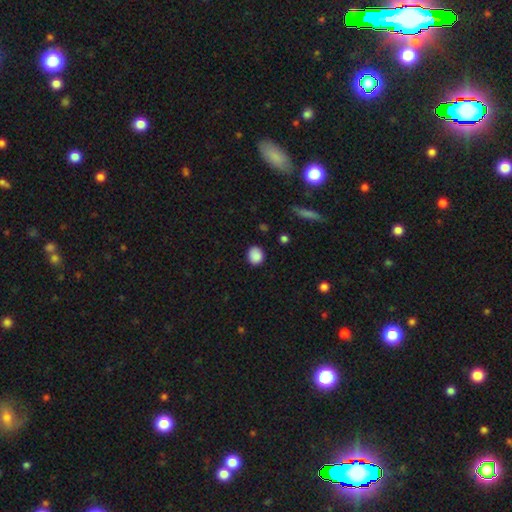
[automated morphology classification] A smooth galaxy with no disk features (88%) that is round (71%).

Vote fractions:
- Smooth or featured? smooth: 88% / star or artifact: 9% / featured or disk: 4%
- How rounded? round: 71% / in between: 28% / cigar-shaped: 1%
- Merging? none: 83% / minor disturbance: 13% / major disturbance: 3% / merger: 1%